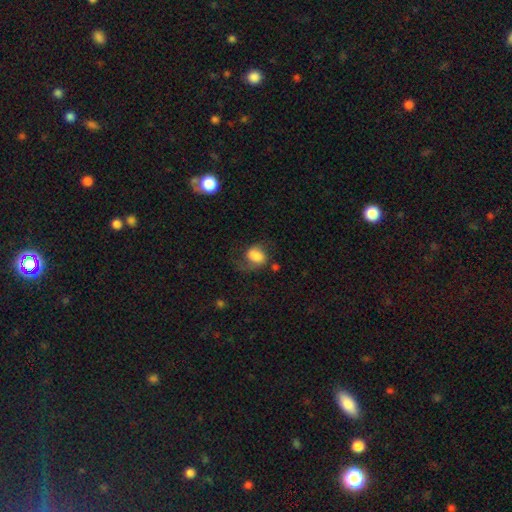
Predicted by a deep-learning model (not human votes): The model was most divided on "how rounded": in between: 58%, round: 41%, cigar-shaped: 1%. Remaining: smooth or featured — smooth (68%); merging — none (45%).